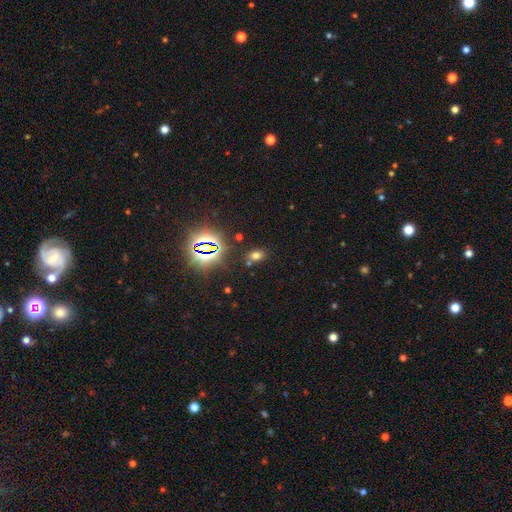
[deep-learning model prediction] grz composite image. It shows a smooth galaxy with no disk features (58%) that is in between round and cigar-shaped (73%). Merging: none (75%).